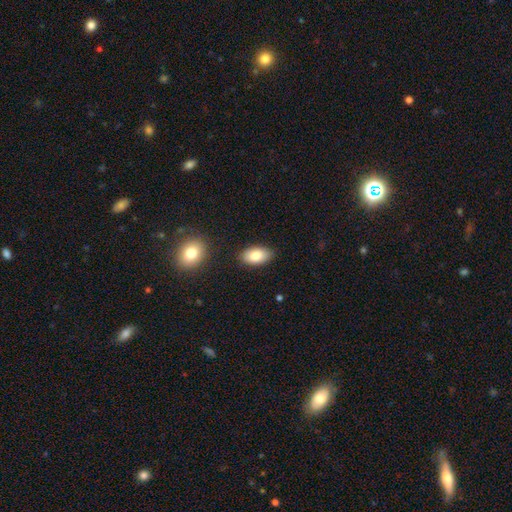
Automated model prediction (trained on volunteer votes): This appears to be a smooth galaxy with no disk features (85%) that is in between round and cigar-shaped (93%). Merging: none (84%).